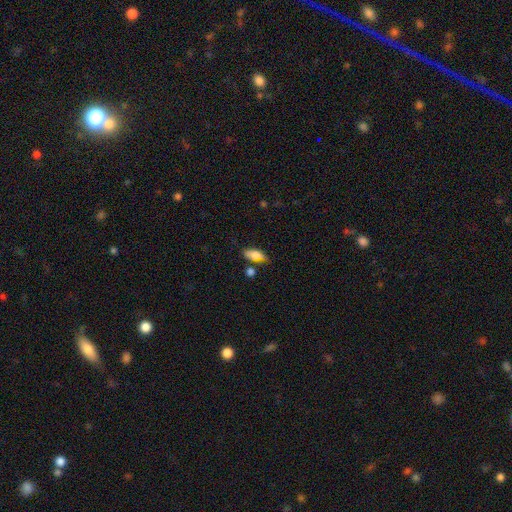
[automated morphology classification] This is likely a smooth galaxy (74%). How rounded: likely in between (77%). Merging: likely none (67%).